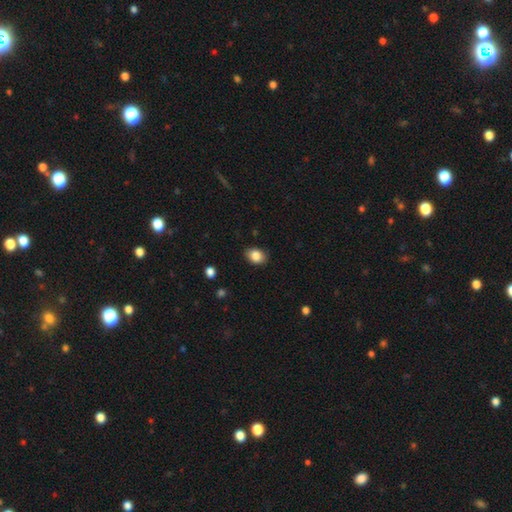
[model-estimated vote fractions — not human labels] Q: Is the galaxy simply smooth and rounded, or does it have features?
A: smooth — 85%.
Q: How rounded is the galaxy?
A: in between — 65%.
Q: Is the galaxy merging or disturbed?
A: none — 85%.